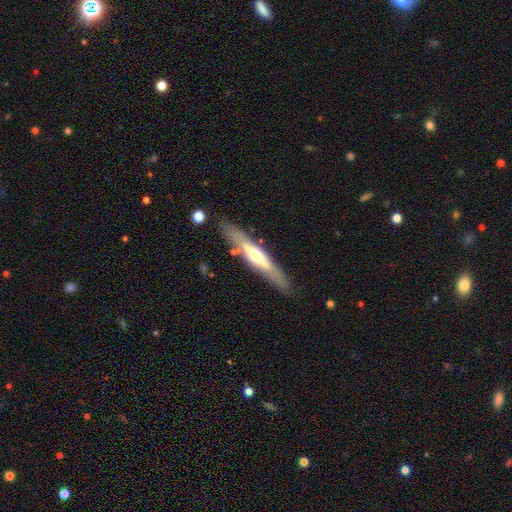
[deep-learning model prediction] A featured or disk galaxy (59%) viewed edge-on (87%) with a rounded central bulge (85%).

Vote fractions:
- Smooth or featured? featured or disk: 59% / smooth: 35% / star or artifact: 5%
- Edge-on disk? yes: 87% / no: 13%
- Edge-on bulge? rounded: 85% / none: 11% / boxy: 5%
- Merging? none: 83% / minor disturbance: 11% / merger: 3% / major disturbance: 3%